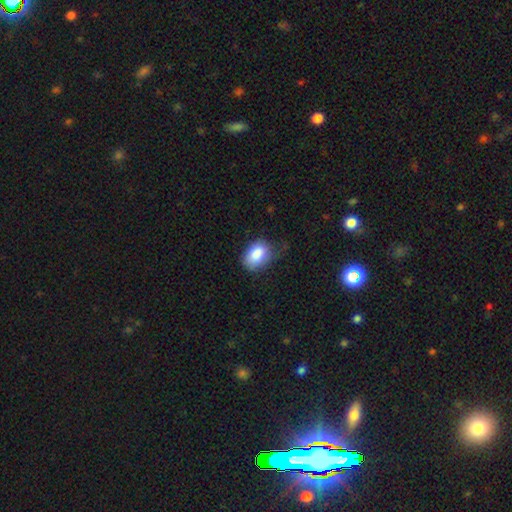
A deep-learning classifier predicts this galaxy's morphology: Smooth or featured: smooth — 85% (featured or disk — 8%)
How rounded: in between — 81% (round — 18%)
Merging: none — 60% (minor disturbance — 30%)